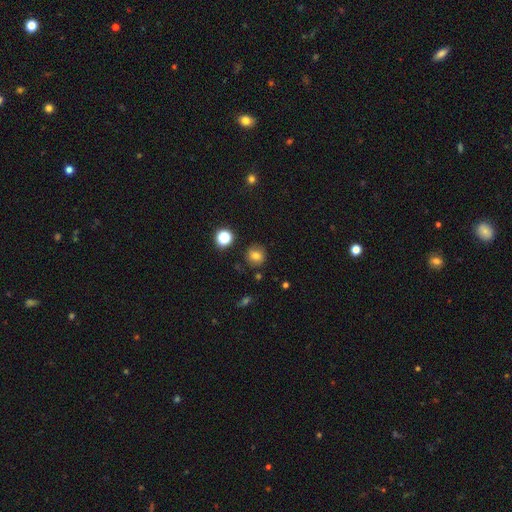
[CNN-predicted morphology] smooth_or_featured: smooth (p=0.74) [alt: star or artifact p=0.16]
how_rounded: round (p=0.89) [alt: in between p=0.10]
merging: none (p=0.84) [alt: minor disturbance p=0.10]